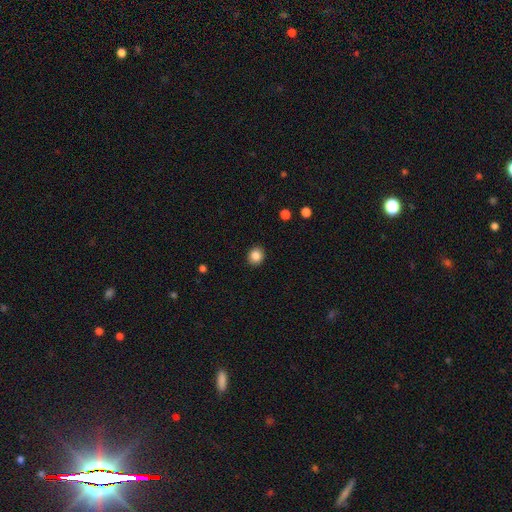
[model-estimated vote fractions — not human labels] smooth-or-featured: smooth: 86% | star or artifact: 10% | featured or disk: 4%
  how-rounded: round: 79% | in between: 20% | cigar-shaped: 1%
  merging: none: 91% | minor disturbance: 6% | major disturbance: 2% | merger: 1%